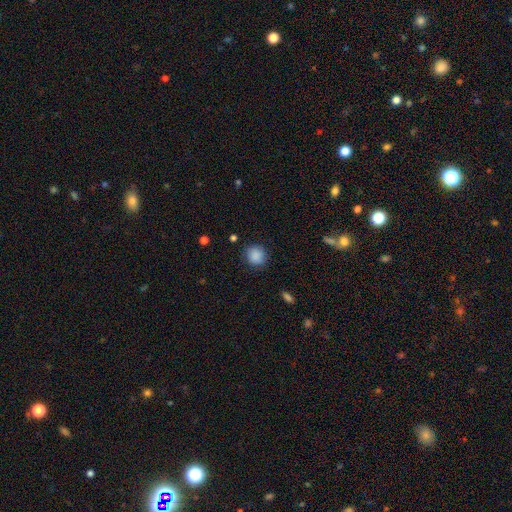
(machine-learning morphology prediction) smooth_or_featured: smooth (p=0.87) [alt: star or artifact p=0.08]
how_rounded: round (p=0.86) [alt: in between p=0.13]
merging: none (p=0.82) [alt: minor disturbance p=0.13]